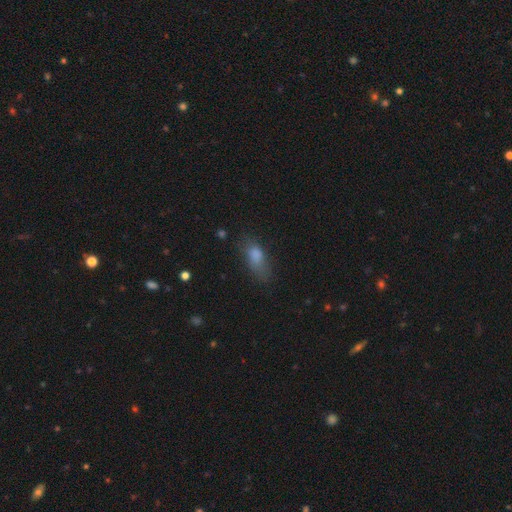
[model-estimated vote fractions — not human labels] A smooth galaxy with no disk features (78%) that is in between round and cigar-shaped (80%). Merging: none (48%).